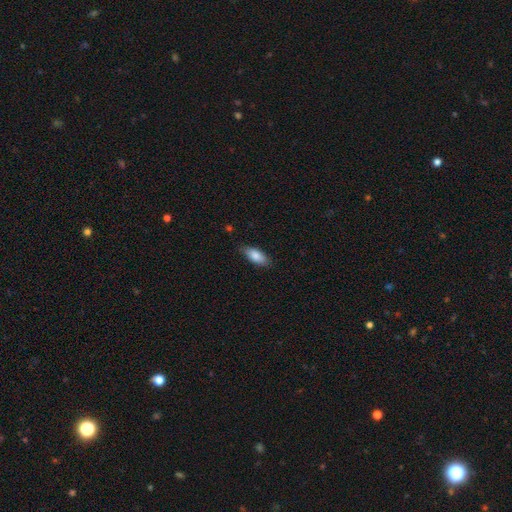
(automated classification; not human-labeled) smooth_or_featured: smooth (p=0.85) [alt: featured or disk p=0.09]
how_rounded: in between (p=0.84) [alt: cigar-shaped p=0.14]
merging: none (p=0.81) [alt: minor disturbance p=0.16]